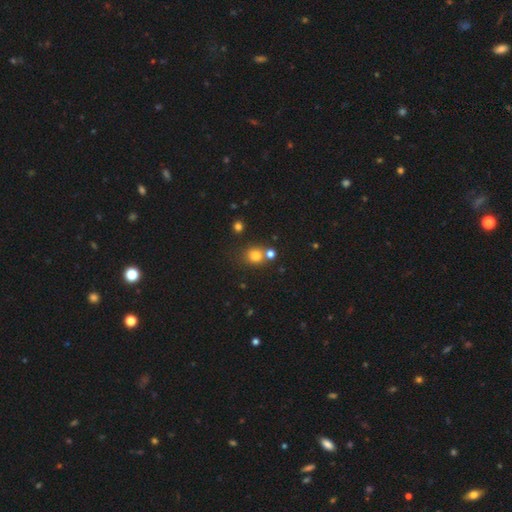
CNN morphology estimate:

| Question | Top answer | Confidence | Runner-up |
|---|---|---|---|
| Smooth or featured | smooth | 77% | star or artifact (15%) |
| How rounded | round | 83% | in between (16%) |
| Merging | none | 65% | merger (23%) |